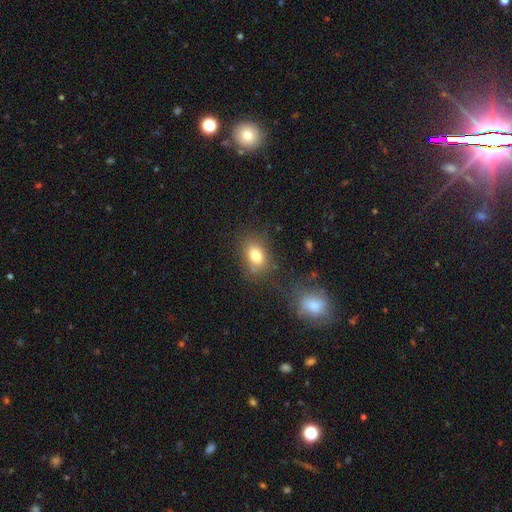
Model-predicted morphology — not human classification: Q: Smooth or featured?
A: smooth (79%); runner-up: star or artifact (11%)
Q: How rounded?
A: in between (69%); runner-up: round (29%)
Q: Merging?
A: none (73%); runner-up: minor disturbance (15%)